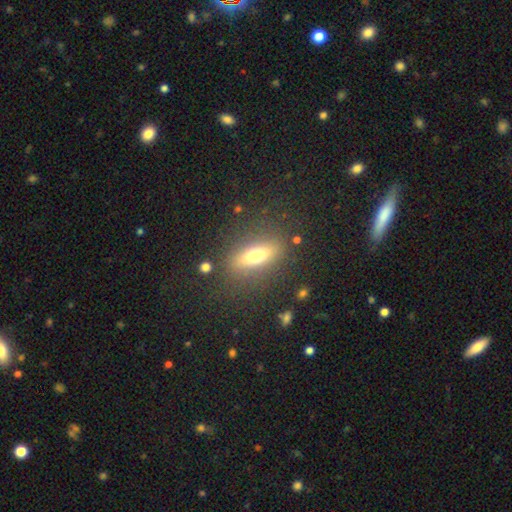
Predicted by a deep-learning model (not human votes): smooth 60%, featured or disk 30%, star or artifact 10%. Down the decision tree: how rounded — in between (59%); merging — none (80%).